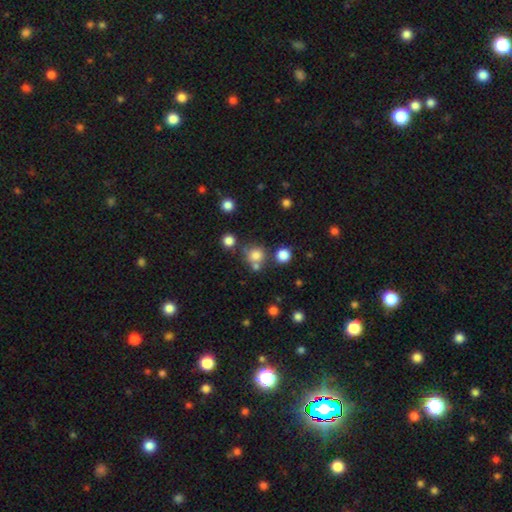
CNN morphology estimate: This appears to be a smooth galaxy with no disk features (76%) that is round (90%). Merging: none (67%).